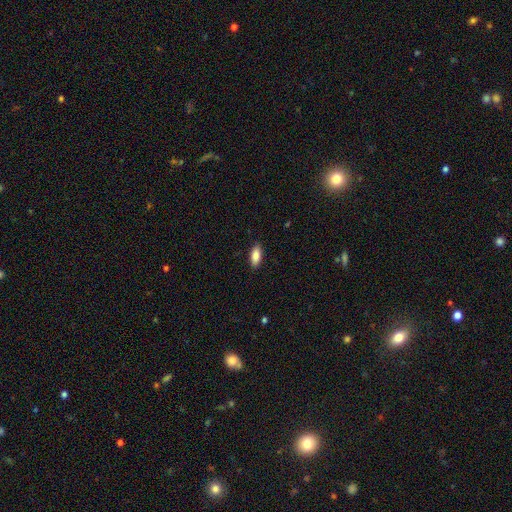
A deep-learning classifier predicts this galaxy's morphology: A smooth galaxy with no disk features (87%) that is in between round and cigar-shaped (81%). Merging: none (88%).